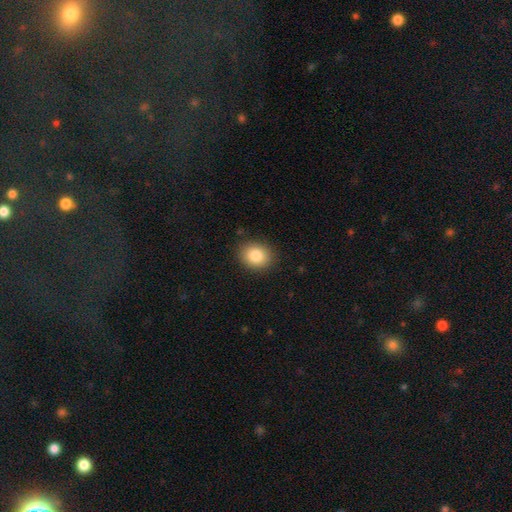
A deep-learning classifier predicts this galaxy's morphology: smooth 84%, star or artifact 9%, featured or disk 7%. Down the decision tree: how rounded — round (62%); merging — none (88%).